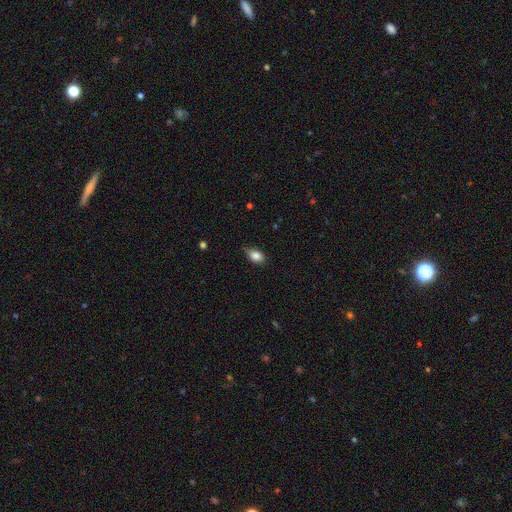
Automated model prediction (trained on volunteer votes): The model was most divided on "merging": none: 73%, minor disturbance: 22%, major disturbance: 3%, merger: 1%. More confident: smooth or featured — smooth (86%); how rounded — in between (83%).